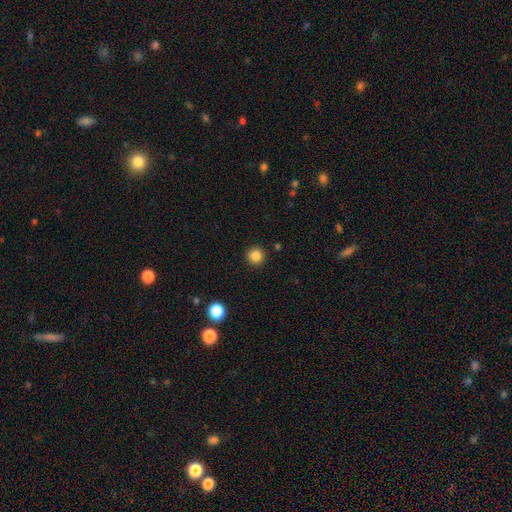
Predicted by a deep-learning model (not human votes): smooth 85%, star or artifact 11%, featured or disk 4%. Down the decision tree: how rounded — round (94%); merging — none (91%).